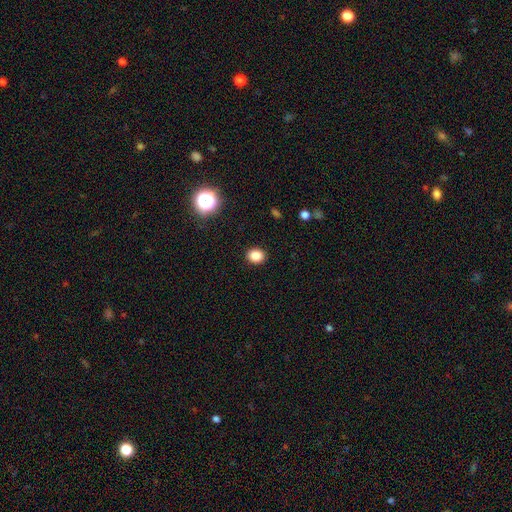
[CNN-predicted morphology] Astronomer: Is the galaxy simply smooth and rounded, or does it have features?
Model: smooth — 84%.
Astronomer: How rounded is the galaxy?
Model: round — 64%.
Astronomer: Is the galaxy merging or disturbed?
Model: none — 91%.